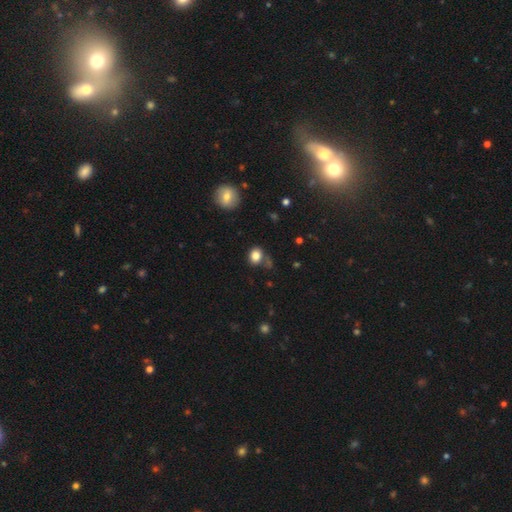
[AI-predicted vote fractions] smooth 84%, star or artifact 11%, featured or disk 5%. Down the decision tree: how rounded — round (55%); merging — none (68%).